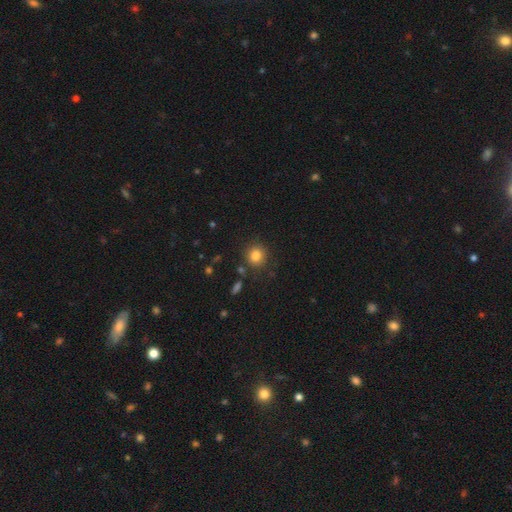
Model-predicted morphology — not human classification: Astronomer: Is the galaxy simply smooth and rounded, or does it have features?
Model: smooth — 83%.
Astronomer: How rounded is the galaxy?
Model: round — 85%.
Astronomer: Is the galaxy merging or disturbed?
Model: none — 85%.